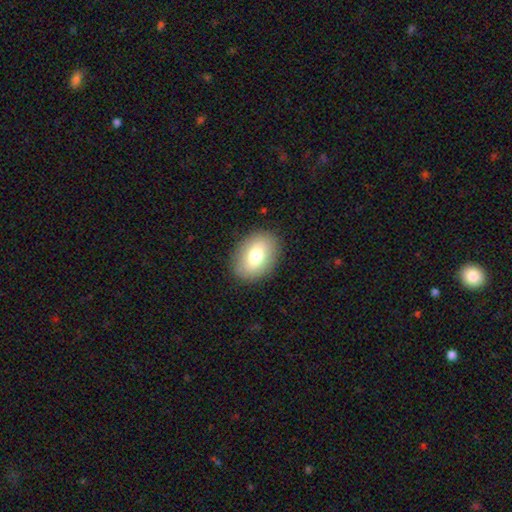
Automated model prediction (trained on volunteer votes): Smooth or featured?
  - smooth: 73% *
  - featured or disk: 19%
  - star or artifact: 8%
How rounded?
  - in between: 78% *
  - round: 20%
  - cigar-shaped: 1%
Merging?
  - none: 88% *
  - minor disturbance: 8%
  - major disturbance: 3%
  - merger: 1%